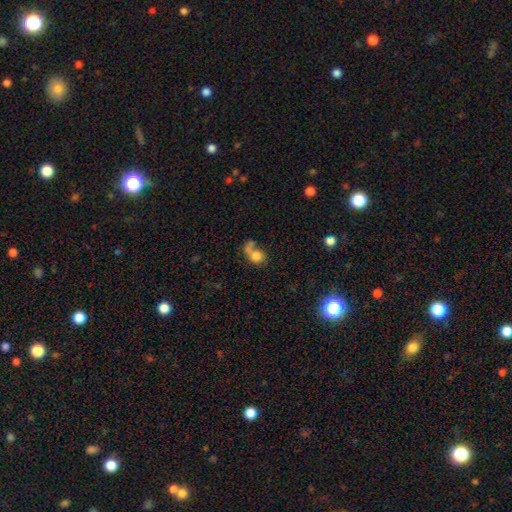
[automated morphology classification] Smooth or featured: smooth — 68% (featured or disk — 21%)
How rounded: round — 66% (in between — 33%)
Merging: merger — 43% (none — 27%)